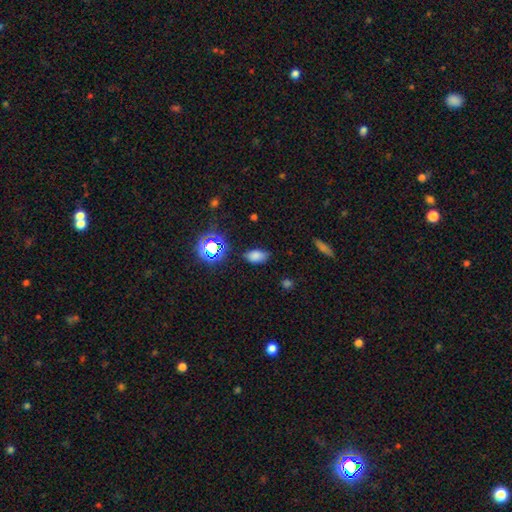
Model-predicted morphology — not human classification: Smooth or featured? smooth (75%)
How rounded? in between (90%)
Merging? none (78%)